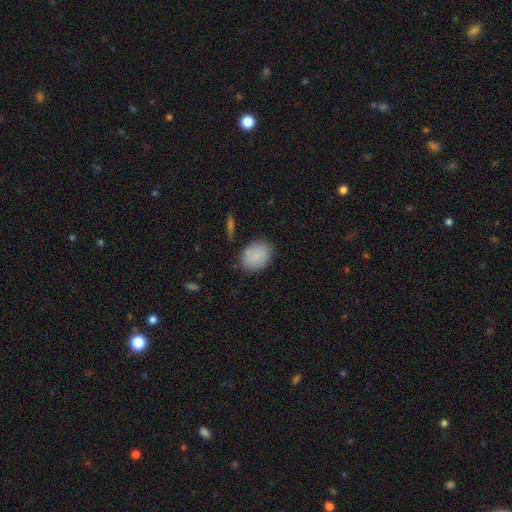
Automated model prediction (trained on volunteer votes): This appears to be a smooth galaxy with no disk features (82%) that is in between round and cigar-shaped (62%). Merging: none (78%).